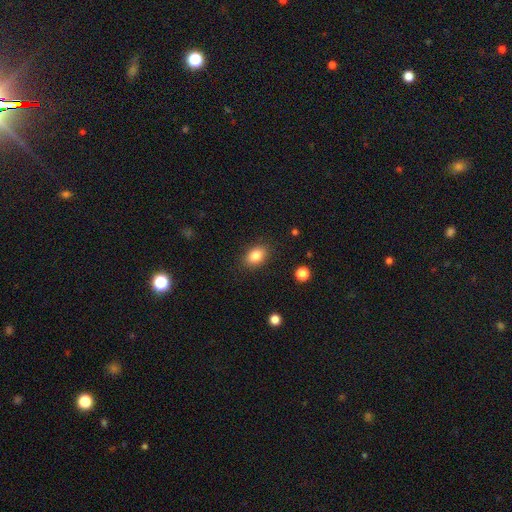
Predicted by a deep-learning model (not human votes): Overall: smooth (84%). How rounded: in between (82%). Merging: none (87%).